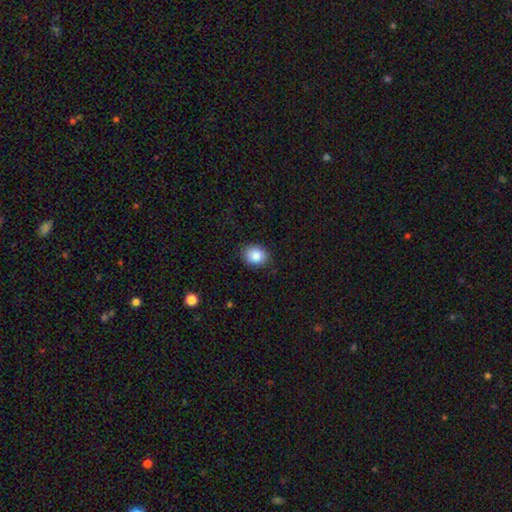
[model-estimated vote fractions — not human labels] Smooth or featured? Predicted: smooth (p=0.87). How rounded? Predicted: round (p=0.60). Merging? Predicted: none (p=0.87).